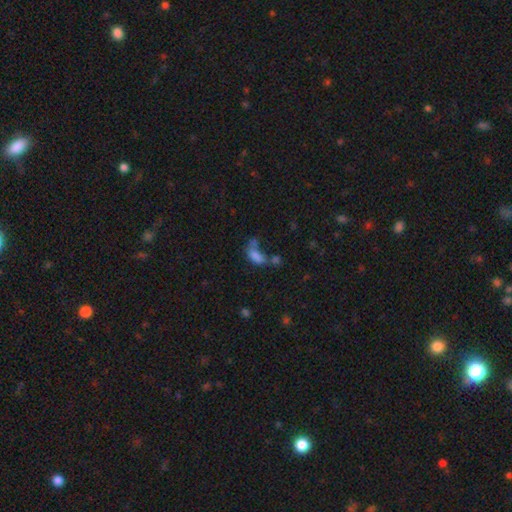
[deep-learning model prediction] This is likely a smooth galaxy (70%). How rounded: clearly in between (86%). Merging: marginally merger (40%).